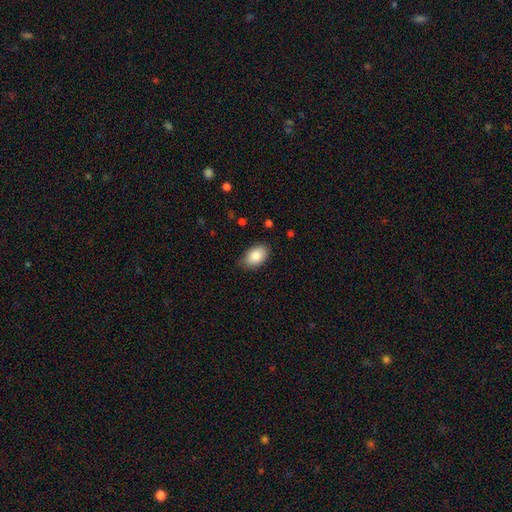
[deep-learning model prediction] Morphology: type=smooth (86%); roundness=in between (89%); merging=none (81%).